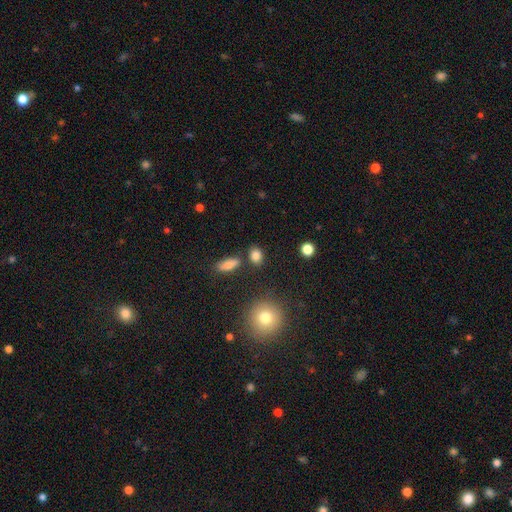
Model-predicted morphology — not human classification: smooth 84%, star or artifact 11%, featured or disk 6%. Down the decision tree: how rounded — in between (51%); merging — none (80%).